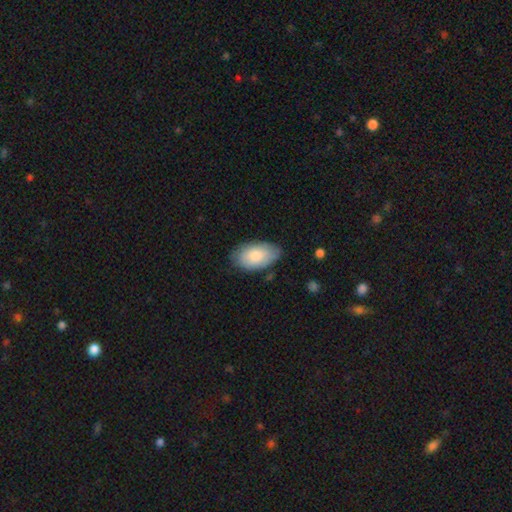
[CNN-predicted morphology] This appears to be a smooth galaxy with no disk features (79%) that is in between round and cigar-shaped (94%). Merging: none (72%).